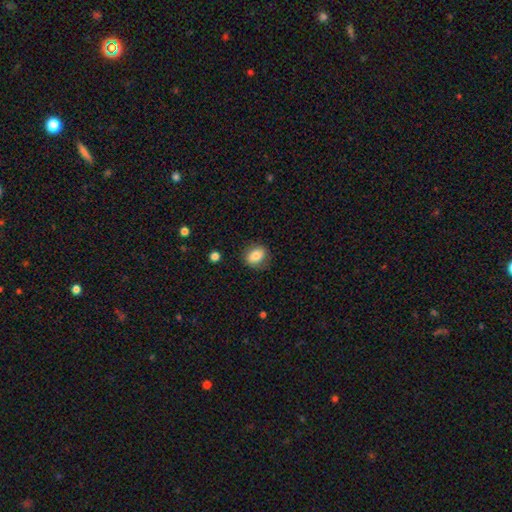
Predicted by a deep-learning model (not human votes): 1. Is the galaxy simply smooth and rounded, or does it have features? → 83% smooth, 9% star or artifact, 8% featured or disk.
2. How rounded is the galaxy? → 57% in between, 41% round, 1% cigar-shaped.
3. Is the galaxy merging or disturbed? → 82% none, 13% minor disturbance, 4% major disturbance, 1% merger.